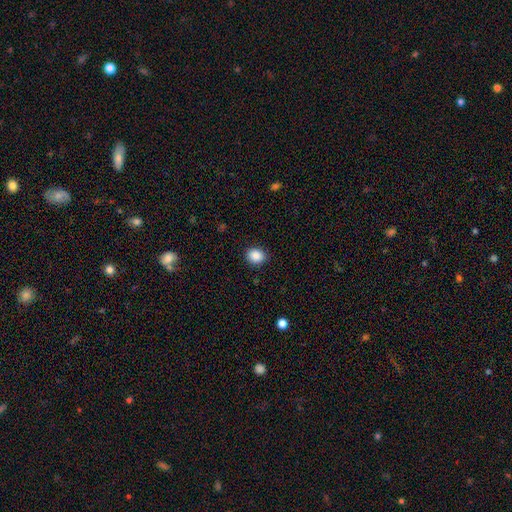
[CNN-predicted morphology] type=smooth (88%); roundness=round (65%); merging=none (89%).